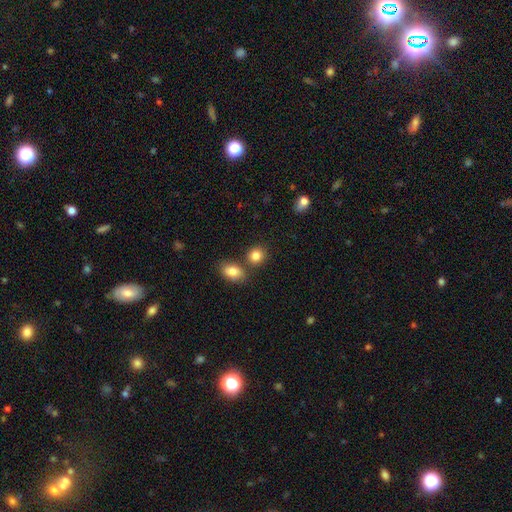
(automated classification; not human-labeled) Overall: smooth (84%). How rounded: round (72%). Merging: none (70%).